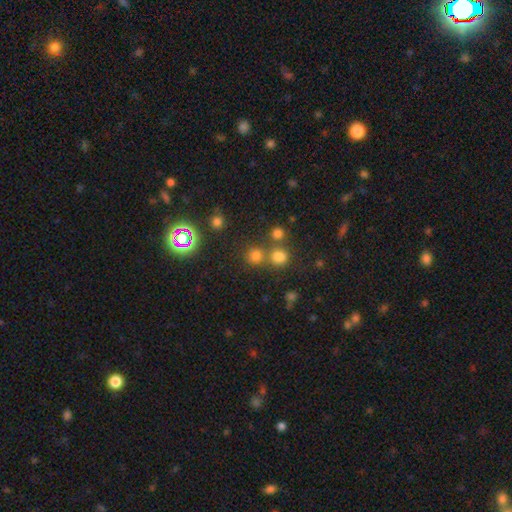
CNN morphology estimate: This is likely a smooth galaxy (70%). How rounded: clearly round (90%). Merging: likely none (66%).